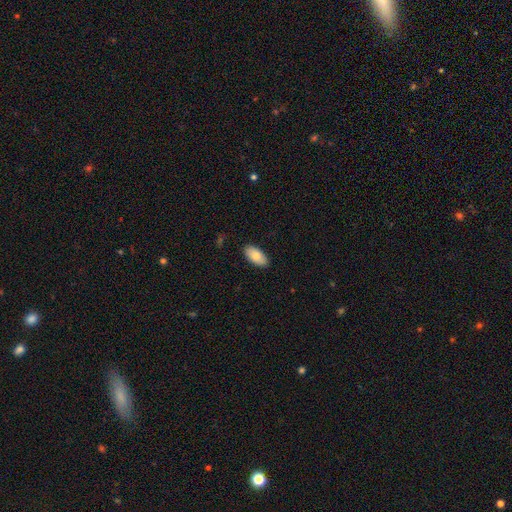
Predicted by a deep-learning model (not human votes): smooth-or-featured: smooth: 79% | featured or disk: 15% | star or artifact: 6%
  how-rounded: in between: 93% | cigar-shaped: 4% | round: 3%
  merging: none: 88% | minor disturbance: 9% | major disturbance: 2% | merger: 1%